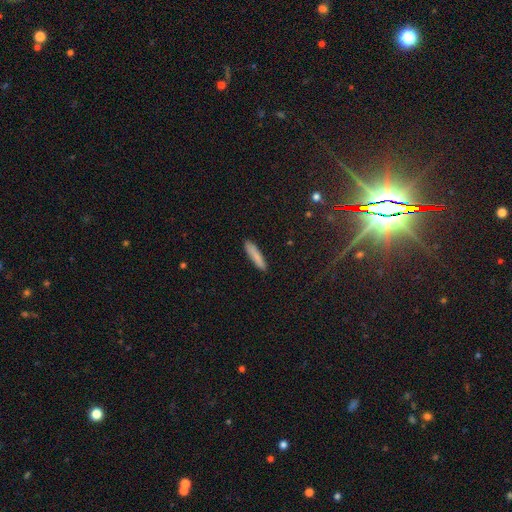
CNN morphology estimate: type=smooth (83%); roundness=cigar-shaped (87%); merging=none (88%).